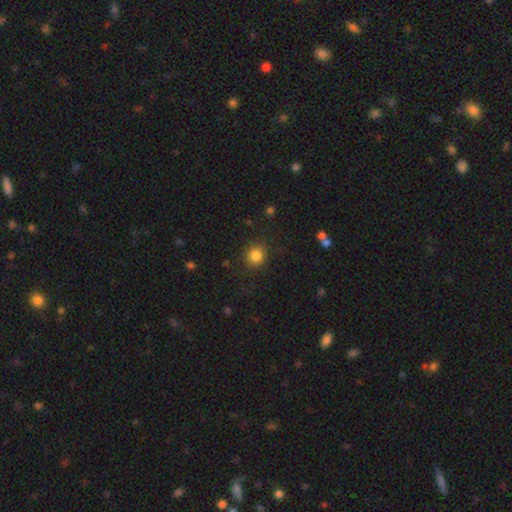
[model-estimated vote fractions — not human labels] Morphology: type=smooth (84%); roundness=round (87%); merging=none (87%).